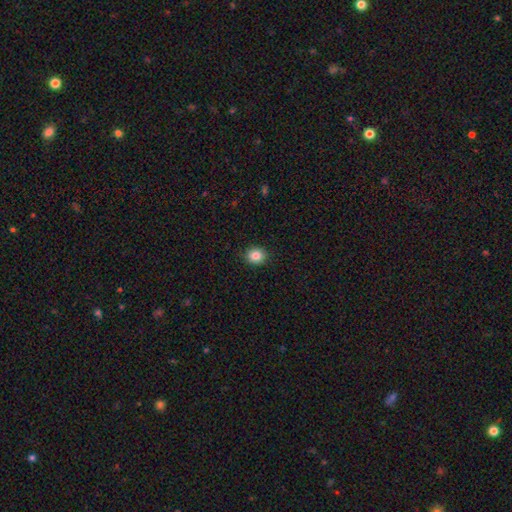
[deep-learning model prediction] Smooth or featured: smooth — 85% (star or artifact — 10%)
How rounded: round — 76% (in between — 23%)
Merging: none — 91% (minor disturbance — 6%)